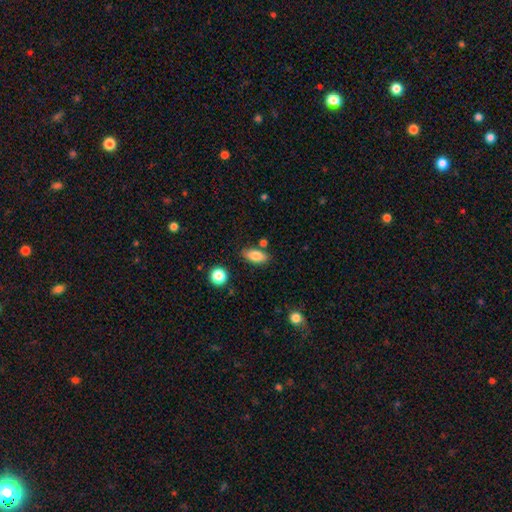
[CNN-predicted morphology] type=smooth (83%); roundness=in between (86%); merging=none (79%).